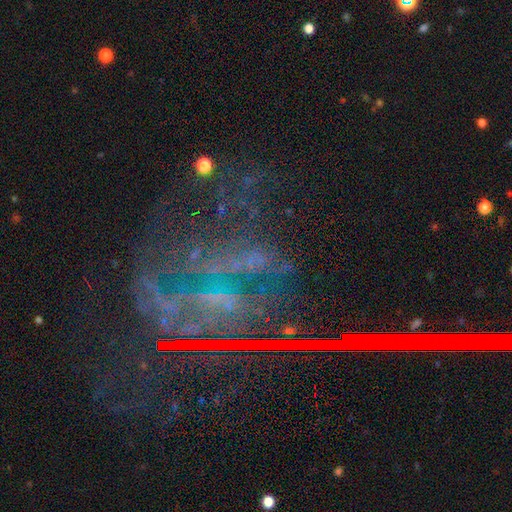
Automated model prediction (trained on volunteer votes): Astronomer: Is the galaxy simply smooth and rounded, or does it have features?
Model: star or artifact — 61%.